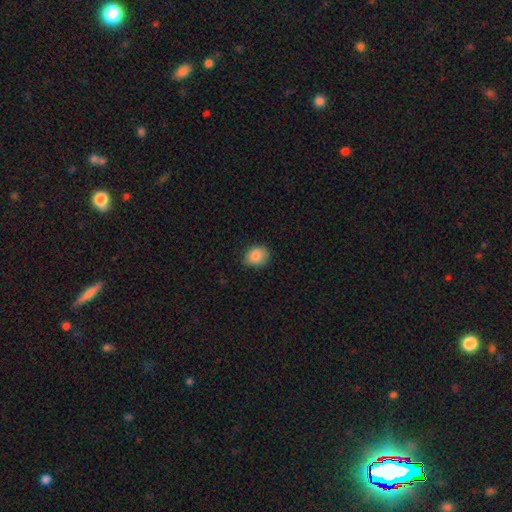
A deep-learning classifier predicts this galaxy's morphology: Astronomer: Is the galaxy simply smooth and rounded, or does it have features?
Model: smooth — 86%.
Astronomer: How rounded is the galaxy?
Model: in between — 53% (runner-up: round, 46%).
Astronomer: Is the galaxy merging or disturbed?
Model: none — 79%.